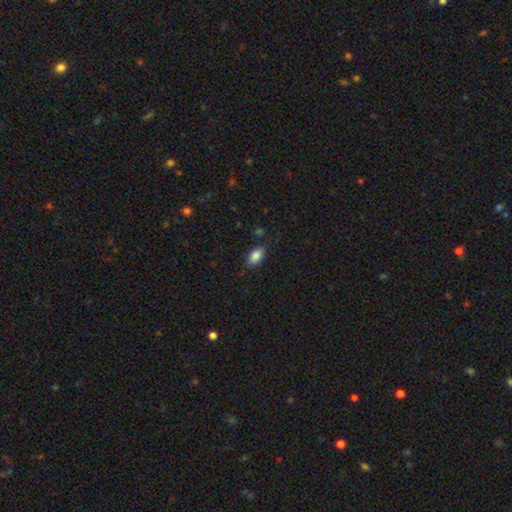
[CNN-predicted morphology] Smooth or featured? smooth (86%)
How rounded? in between (91%)
Merging? none (81%)